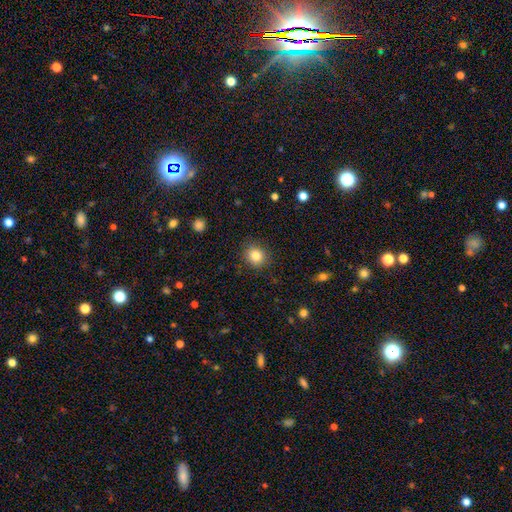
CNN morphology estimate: A smooth galaxy with no disk features (84%) that is round (82%). Merging: none (88%).